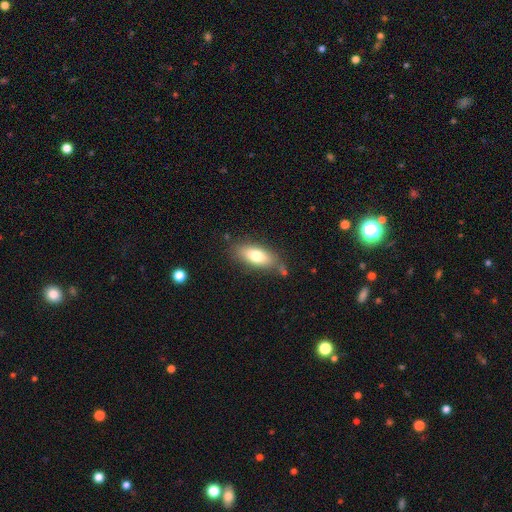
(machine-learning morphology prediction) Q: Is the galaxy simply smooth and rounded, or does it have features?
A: smooth — 75%.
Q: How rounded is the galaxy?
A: in between — 79%.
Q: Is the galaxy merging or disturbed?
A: none — 71%.